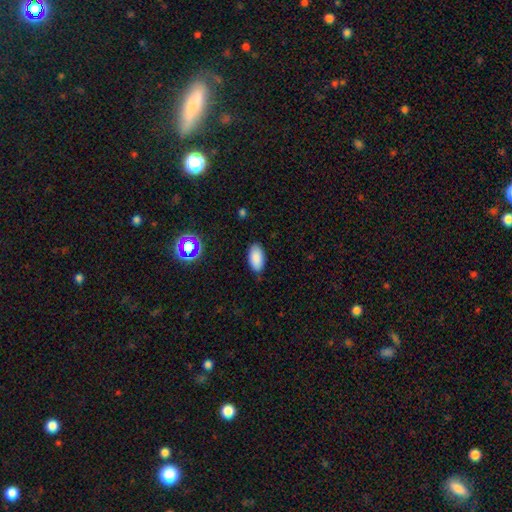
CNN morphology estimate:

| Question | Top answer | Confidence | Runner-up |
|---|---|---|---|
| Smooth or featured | smooth | 86% | star or artifact (9%) |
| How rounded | in between | 94% | cigar-shaped (3%) |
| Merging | none | 86% | minor disturbance (11%) |